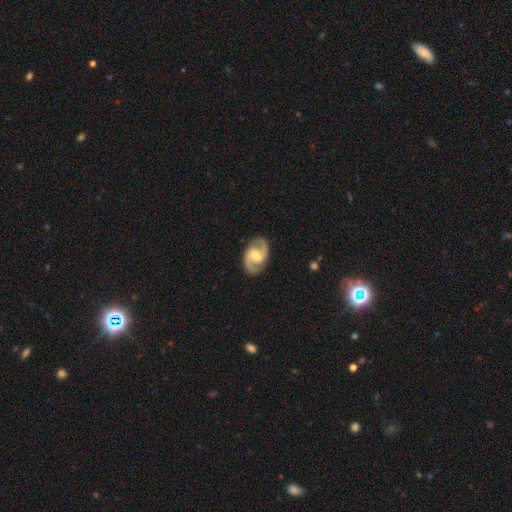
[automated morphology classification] The model was most divided on "bulge size": moderate: 51%, small: 35%, none: 7%, large: 6%, dominant: 1%. More confident: edge-on disk — no (98%); spiral arms — yes (97%); spiral arm count — 2 (94%); smooth or featured — featured or disk (89%); merging — none (87%); spiral winding — medium (59%); bar — weak (53%).